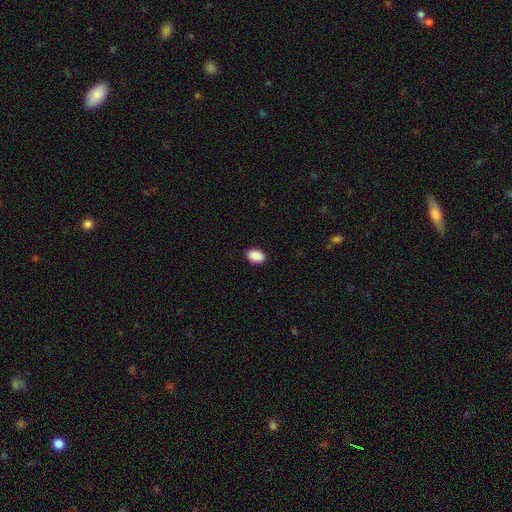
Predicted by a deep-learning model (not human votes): This appears to be a smooth galaxy with no disk features (91%) that is in between round and cigar-shaped (87%). Merging: none (90%).